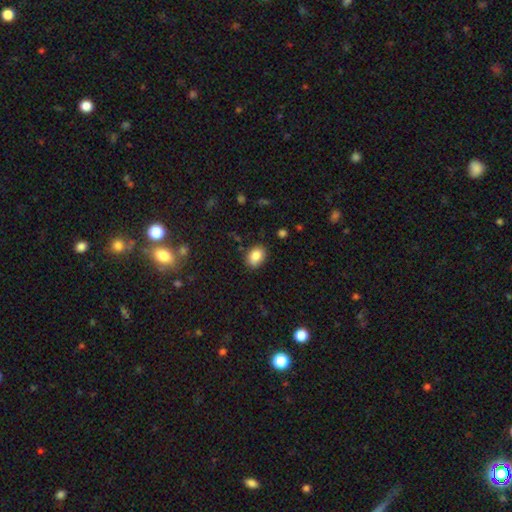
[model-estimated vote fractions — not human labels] The model was most divided on "how rounded": in between: 74%, round: 25%, cigar-shaped: 1%. More confident: smooth or featured — smooth (85%); merging — none (82%).